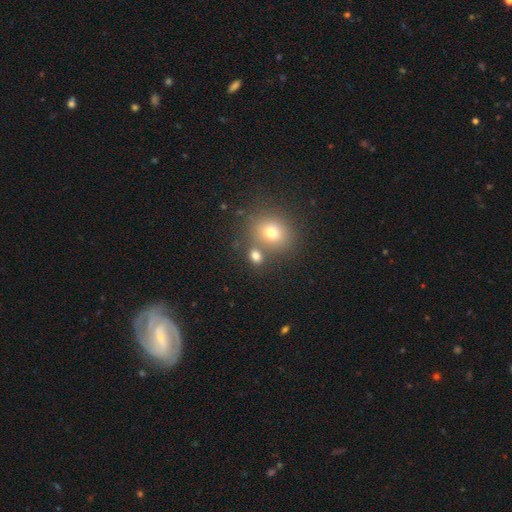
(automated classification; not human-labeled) Smooth or featured: smooth — 76% (star or artifact — 14%)
How rounded: in between — 51% (round — 47%)
Merging: none — 60% (merger — 25%)